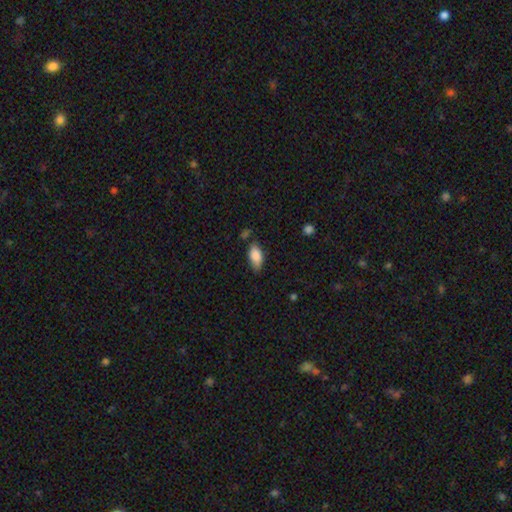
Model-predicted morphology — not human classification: smooth-or-featured: smooth: 86% | featured or disk: 7% | star or artifact: 7%
  how-rounded: in between: 89% | cigar-shaped: 8% | round: 3%
  merging: none: 70% | minor disturbance: 22% | major disturbance: 4% | merger: 4%